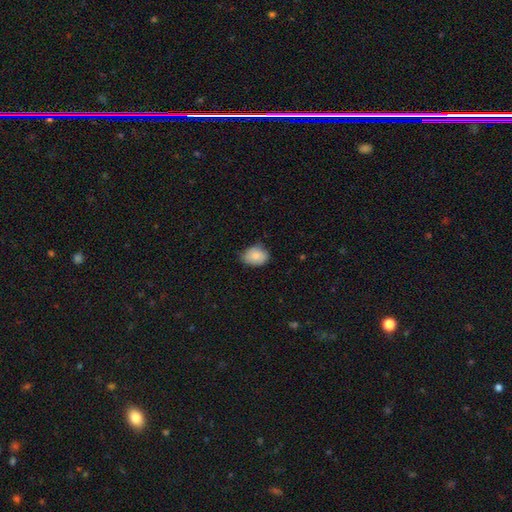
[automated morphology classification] Q: Smooth or featured?
A: smooth (83%); runner-up: featured or disk (10%)
Q: How rounded?
A: in between (67%); runner-up: round (32%)
Q: Merging?
A: none (67%); runner-up: minor disturbance (28%)